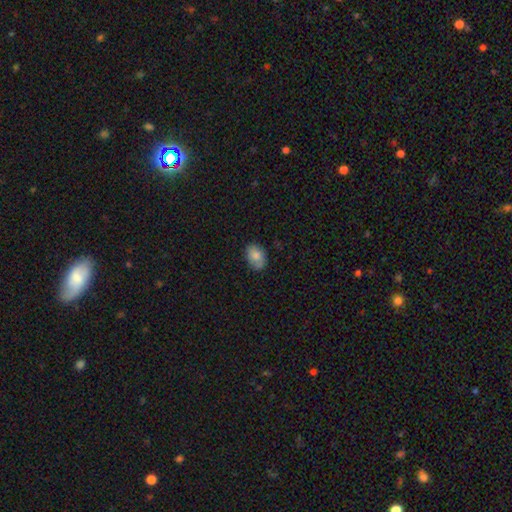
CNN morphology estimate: type=smooth (82%); roundness=in between (77%); merging=none (72%).